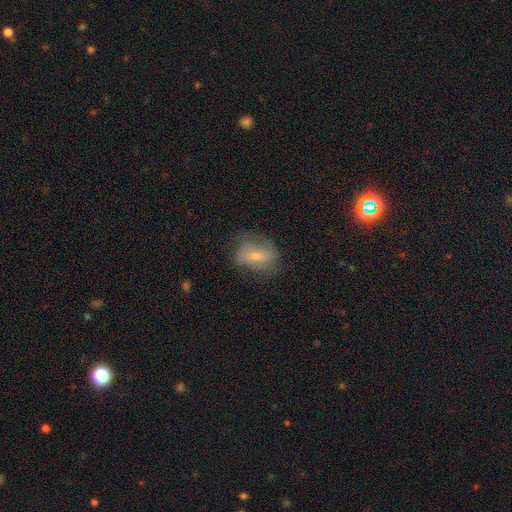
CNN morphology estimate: featured or disk 48%, smooth 42%, star or artifact 9%. Down the decision tree: merging — none (60%).